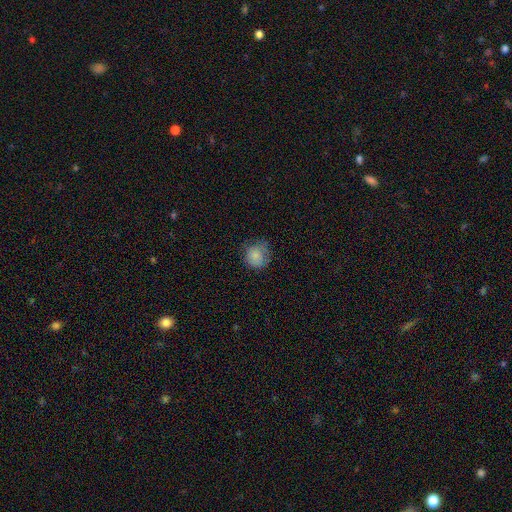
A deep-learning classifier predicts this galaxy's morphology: Overall: smooth (81%). How rounded: round (87%). Merging: none (66%).